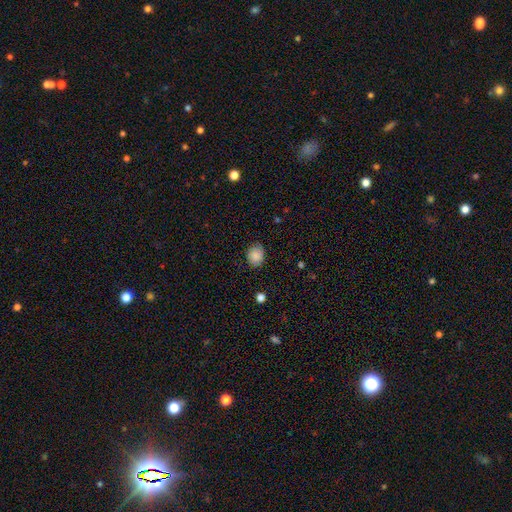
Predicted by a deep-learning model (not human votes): Smooth or featured? Predicted: smooth (p=0.86). How rounded? Predicted: round (p=0.59). Merging? Predicted: none (p=0.80).